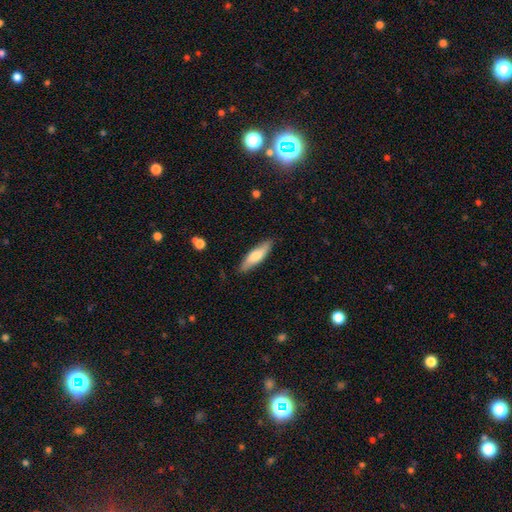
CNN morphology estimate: Smooth or featured? smooth (70%)
How rounded? cigar-shaped (63%)
Merging? none (86%)